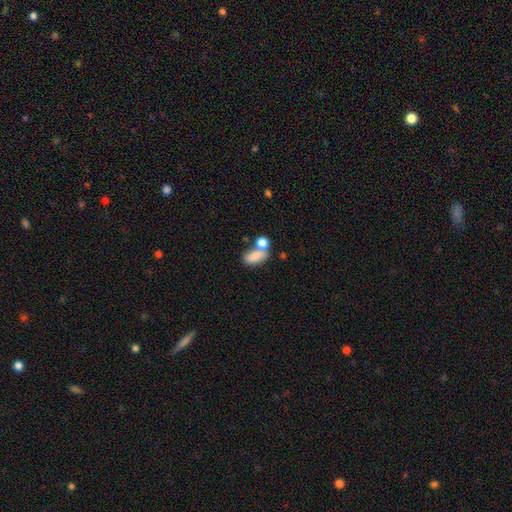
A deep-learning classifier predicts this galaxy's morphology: type=smooth (80%); roundness=in between (86%); merging=merger (44%).